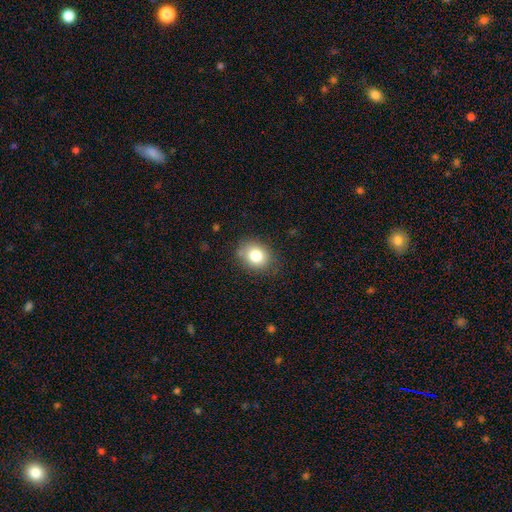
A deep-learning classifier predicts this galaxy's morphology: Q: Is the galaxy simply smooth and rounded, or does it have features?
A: smooth — 79%.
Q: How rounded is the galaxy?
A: round — 60%.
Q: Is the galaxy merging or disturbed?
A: none — 79%.